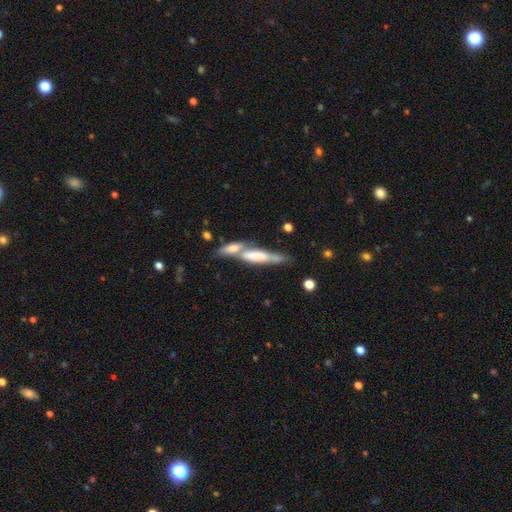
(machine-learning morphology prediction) A smooth galaxy with no disk features (53%) that is cigar-shaped (78%).

Vote fractions:
- Smooth or featured? smooth: 53% / featured or disk: 41% / star or artifact: 7%
- How rounded? cigar-shaped: 78% / in between: 20% / round: 2%
- Merging? merger: 53% / none: 30% / minor disturbance: 11% / major disturbance: 6%